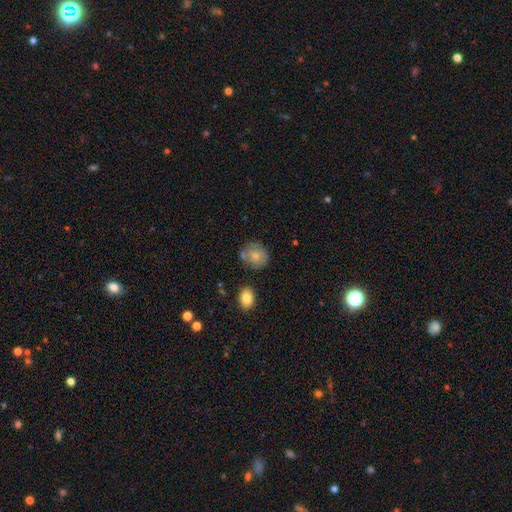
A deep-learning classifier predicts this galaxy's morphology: type=smooth (74%); roundness=round (80%); merging=none (69%).